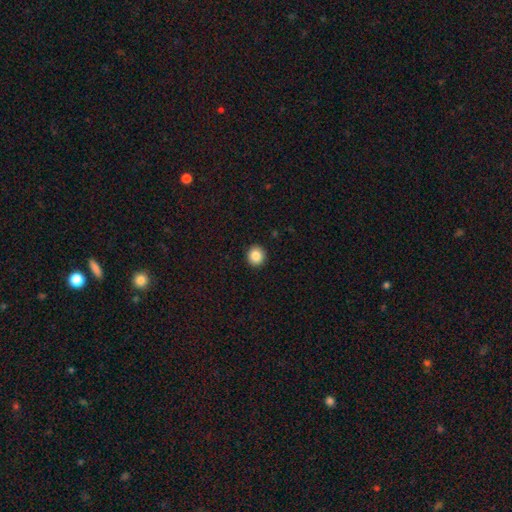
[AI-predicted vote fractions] A smooth galaxy with no disk features (86%) that is round (89%).

Vote fractions:
- Smooth or featured? smooth: 86% / star or artifact: 9% / featured or disk: 5%
- How rounded? round: 89% / in between: 10% / cigar-shaped: 1%
- Merging? none: 93% / minor disturbance: 5% / major disturbance: 2% / merger: 1%